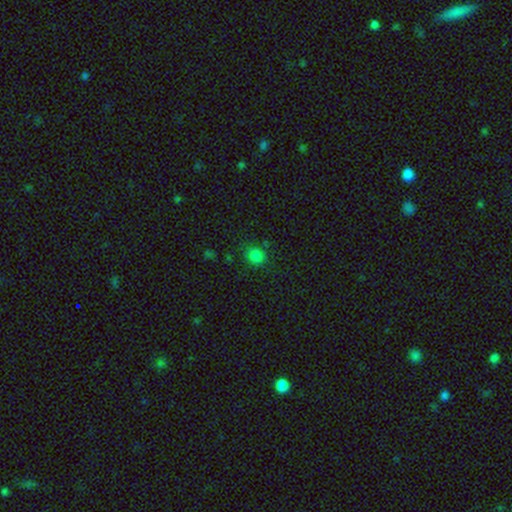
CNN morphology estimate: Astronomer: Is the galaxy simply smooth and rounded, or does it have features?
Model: smooth — 81%.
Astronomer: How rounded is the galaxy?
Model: round — 82%.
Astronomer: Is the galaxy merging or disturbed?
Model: none — 82%.